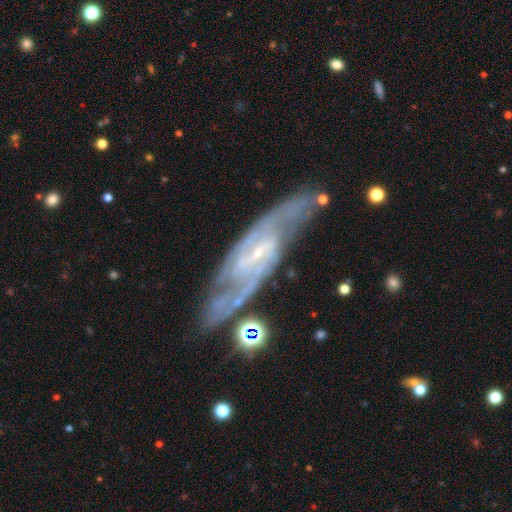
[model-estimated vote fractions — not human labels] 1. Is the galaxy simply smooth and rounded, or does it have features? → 88% featured or disk, 6% star or artifact, 6% smooth.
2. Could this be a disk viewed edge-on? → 86% no, 14% yes.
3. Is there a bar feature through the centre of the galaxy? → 43% weak, 38% strong, 19% no.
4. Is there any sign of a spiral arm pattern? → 96% yes, 4% no.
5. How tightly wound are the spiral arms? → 51% medium, 30% tight, 19% loose.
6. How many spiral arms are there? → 75% 2, 11% can't tell, 6% 3, 3% 4, 2% 1, 2% more than 4.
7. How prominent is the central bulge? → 77% small, 12% moderate, 8% none, 1% large, 1% dominant.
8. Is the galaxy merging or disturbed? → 71% none, 17% minor disturbance, 8% major disturbance, 5% merger.